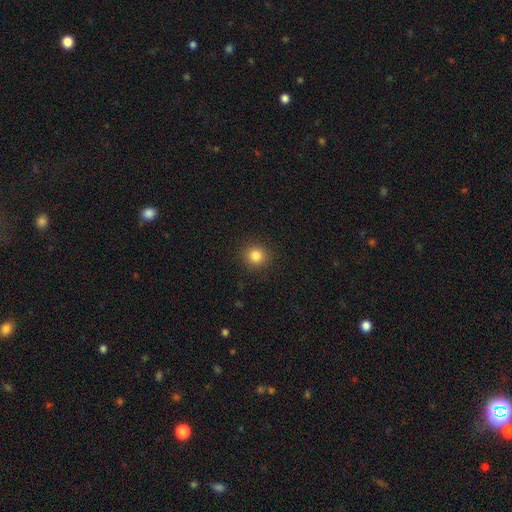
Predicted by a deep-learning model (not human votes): The model was most divided on "smooth or featured": smooth: 83%, star or artifact: 12%, featured or disk: 5%. More confident: how rounded — round (92%); merging — none (91%).